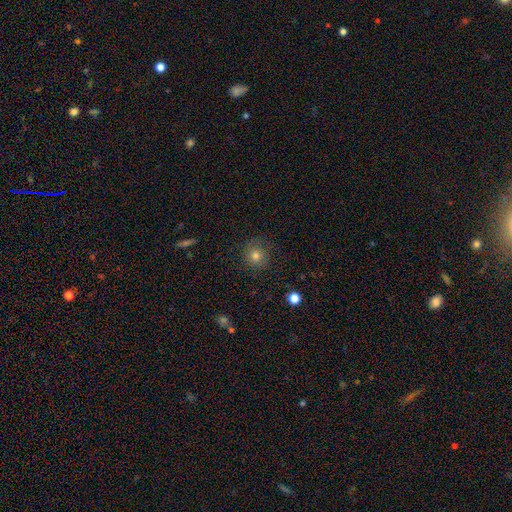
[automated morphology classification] This appears to be a smooth galaxy with no disk features (75%) that is round (92%). Merging: none (84%).